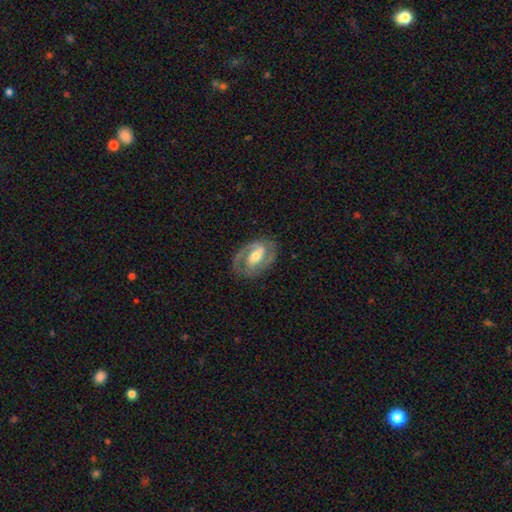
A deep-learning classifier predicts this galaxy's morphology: Overall: featured or disk (86%). Edge-on disk: no (97%). Bar: weak (42%; strong 37%). Spiral arms: yes (95%). Spiral arm count: 2 (86%). Spiral winding: medium (47%; tight 42%). Bulge size: moderate (65%; small 27%). Merging: none (80%).